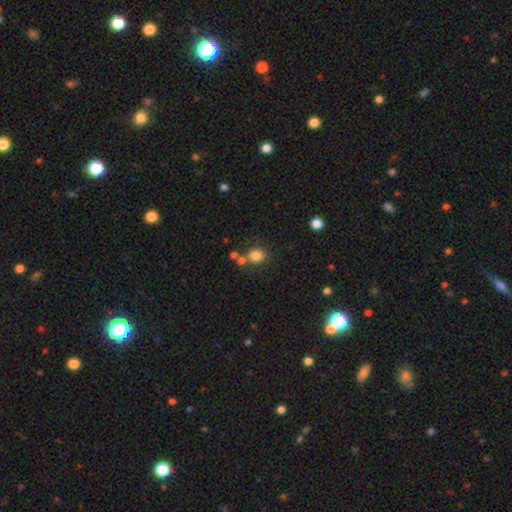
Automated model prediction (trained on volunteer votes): A smooth galaxy with no disk features (82%) that is round (66%). Merging: none (65%).